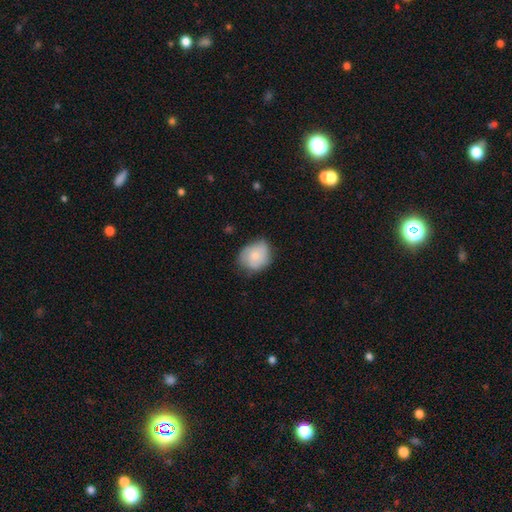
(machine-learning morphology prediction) A smooth galaxy with no disk features (66%) that is round (65%).

Vote fractions:
- Smooth or featured? smooth: 66% / featured or disk: 27% / star or artifact: 7%
- How rounded? round: 65% / in between: 34% / cigar-shaped: 1%
- Merging? none: 65% / minor disturbance: 28% / major disturbance: 6% / merger: 1%